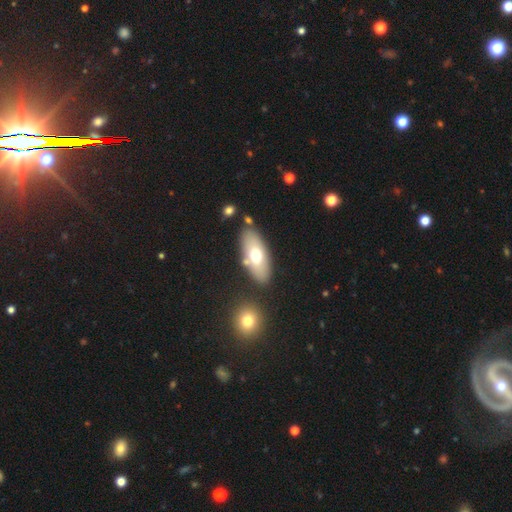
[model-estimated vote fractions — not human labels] smooth-or-featured: smooth: 64% | featured or disk: 29% | star or artifact: 7%
  how-rounded: in between: 85% | cigar-shaped: 11% | round: 3%
  merging: none: 78% | minor disturbance: 11% | merger: 8% | major disturbance: 3%